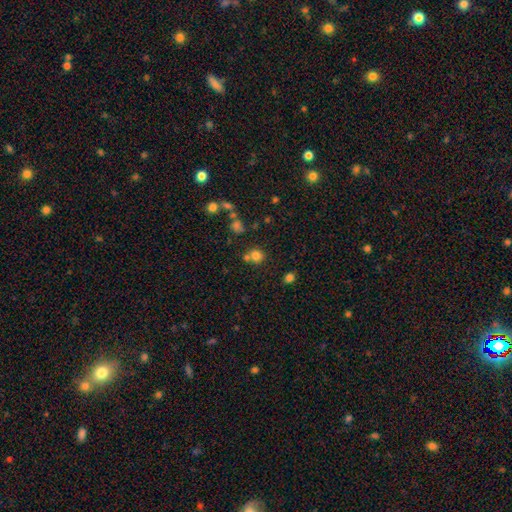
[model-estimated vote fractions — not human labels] smooth_or_featured: smooth (p=0.76) [alt: star or artifact p=0.16]
how_rounded: round (p=0.85) [alt: in between p=0.14]
merging: none (p=0.58) [alt: merger p=0.29]